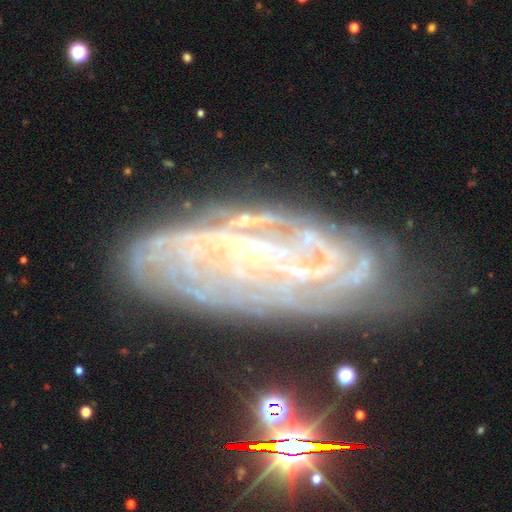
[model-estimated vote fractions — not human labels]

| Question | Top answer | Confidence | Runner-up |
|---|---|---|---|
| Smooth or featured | featured or disk | 82% | star or artifact (10%) |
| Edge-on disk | no | 89% | yes (11%) |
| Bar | weak | 37% | tied: no (37%) |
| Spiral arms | yes | 93% | no (7%) |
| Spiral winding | tight | 65% | medium (27%) |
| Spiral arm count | can't tell | 41% | 2 (18%) |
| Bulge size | small | 81% | moderate (10%) |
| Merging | none | 73% | minor disturbance (17%) |